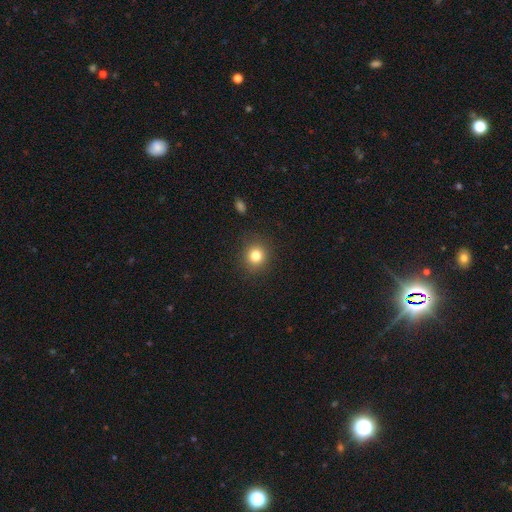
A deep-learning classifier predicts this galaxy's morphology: Overall: smooth (82%). How rounded: round (87%). Merging: none (89%).